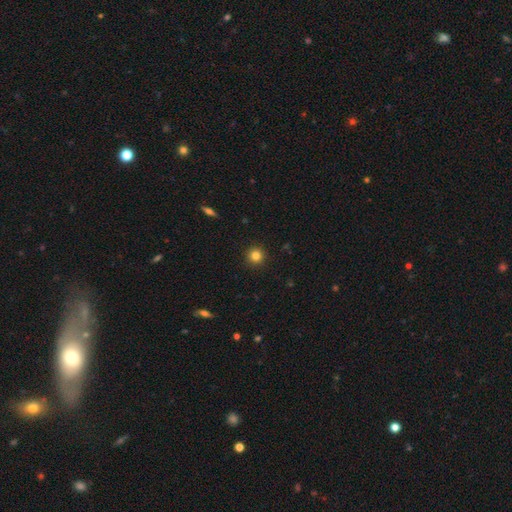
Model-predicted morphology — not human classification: type=smooth (83%); roundness=round (95%); merging=none (92%).